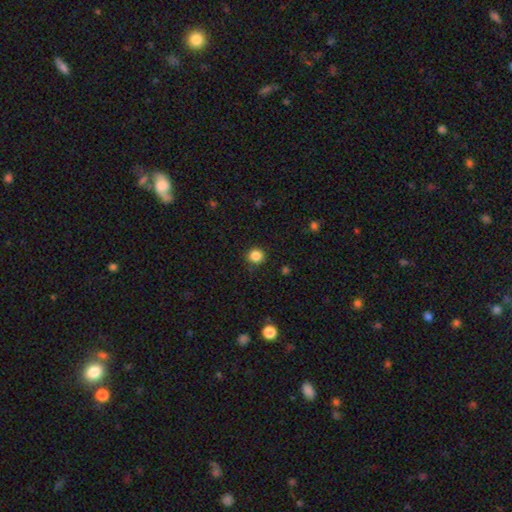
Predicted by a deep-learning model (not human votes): This appears to be a smooth galaxy with no disk features (85%) that is round (91%). Merging: none (90%).